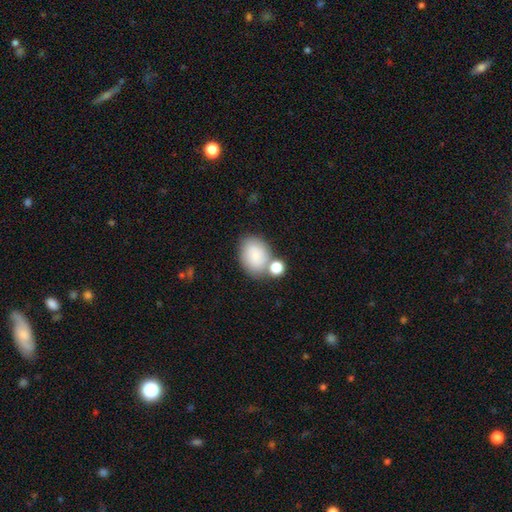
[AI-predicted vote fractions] A smooth galaxy with no disk features (82%) that is in between round and cigar-shaped (69%).

Vote fractions:
- Smooth or featured? smooth: 82% / featured or disk: 11% / star or artifact: 8%
- How rounded? in between: 69% / round: 30% / cigar-shaped: 1%
- Merging? none: 54% / merger: 25% / minor disturbance: 16% / major disturbance: 5%